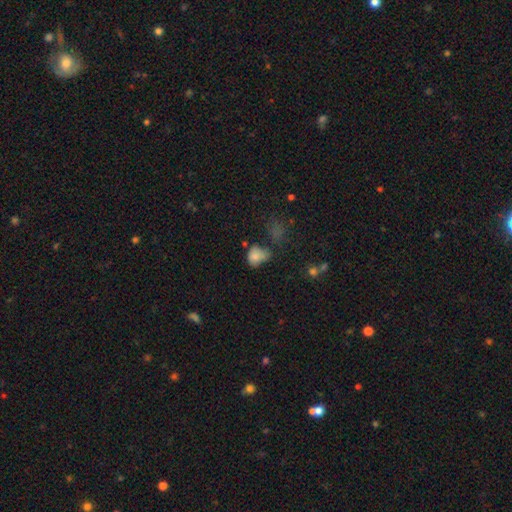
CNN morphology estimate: The model was most divided on "merging": none: 33%, minor disturbance: 30%, major disturbance: 22%, merger: 16%. More confident: smooth or featured — smooth (75%); how rounded — in between (56%).